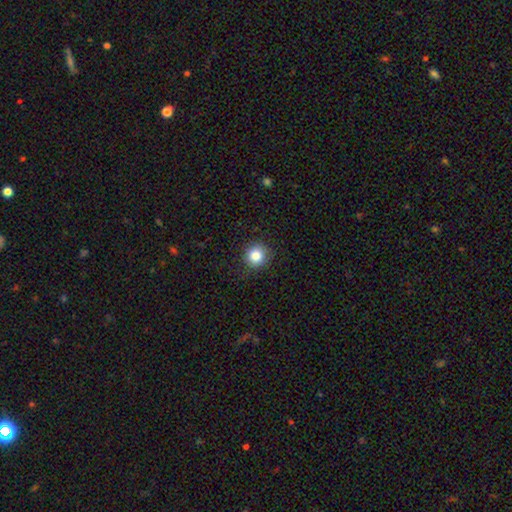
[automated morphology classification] type=smooth (84%); roundness=round (91%); merging=none (86%).